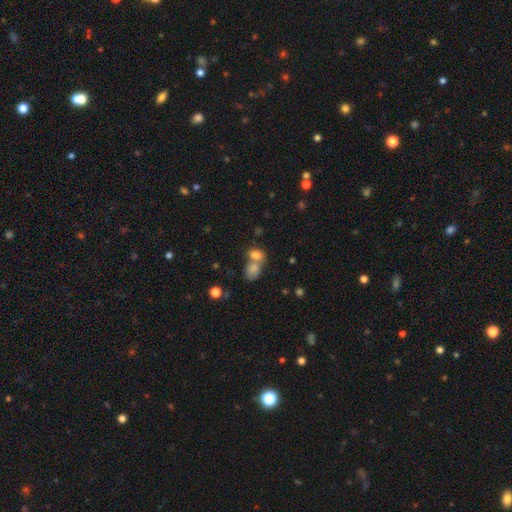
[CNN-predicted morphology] Smooth or featured? smooth (79%)
How rounded? in between (67%)
Merging? merger (59%)